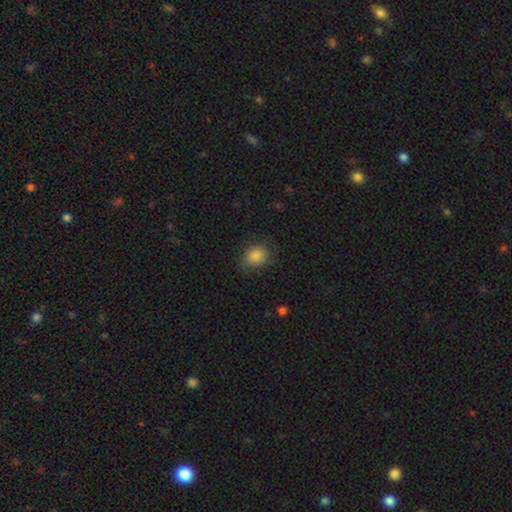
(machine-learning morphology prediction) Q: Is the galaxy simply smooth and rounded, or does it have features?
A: smooth — 86%.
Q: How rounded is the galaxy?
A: in between — 53%.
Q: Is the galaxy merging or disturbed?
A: none — 74%.